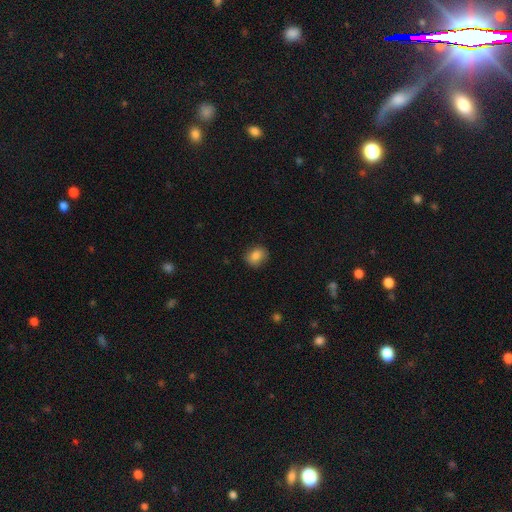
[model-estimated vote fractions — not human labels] smooth-or-featured: smooth: 84% | star or artifact: 9% | featured or disk: 7%
  how-rounded: round: 64% | in between: 35% | cigar-shaped: 1%
  merging: none: 86% | minor disturbance: 11% | major disturbance: 2% | merger: 1%